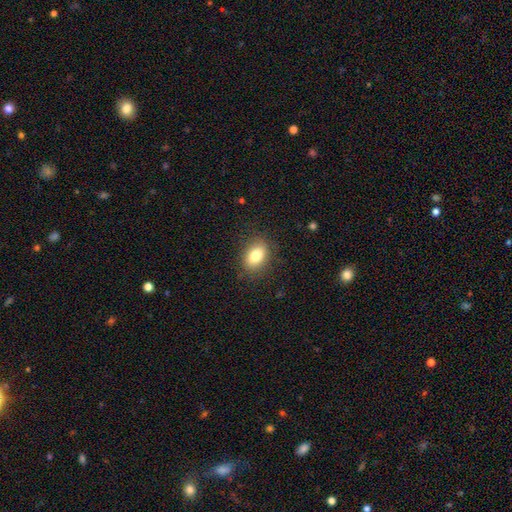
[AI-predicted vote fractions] Smooth or featured? Predicted: smooth (p=0.82). How rounded? Predicted: in between (p=0.84). Merging? Predicted: none (p=0.84).